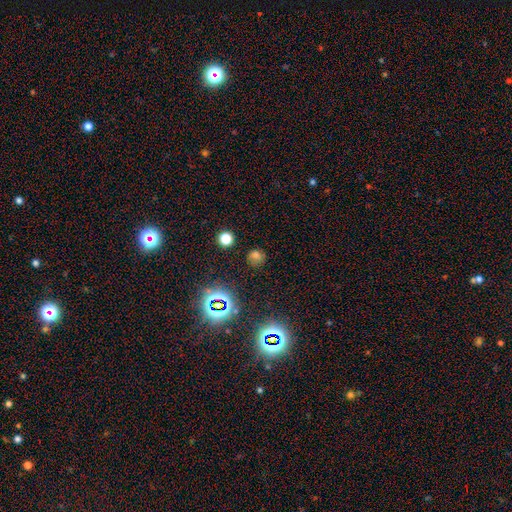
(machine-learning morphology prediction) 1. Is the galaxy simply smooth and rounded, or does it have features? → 53% smooth, 39% star or artifact, 8% featured or disk.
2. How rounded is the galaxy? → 84% round, 15% in between, 1% cigar-shaped.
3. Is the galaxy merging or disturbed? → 84% none, 10% minor disturbance, 4% major disturbance, 3% merger.